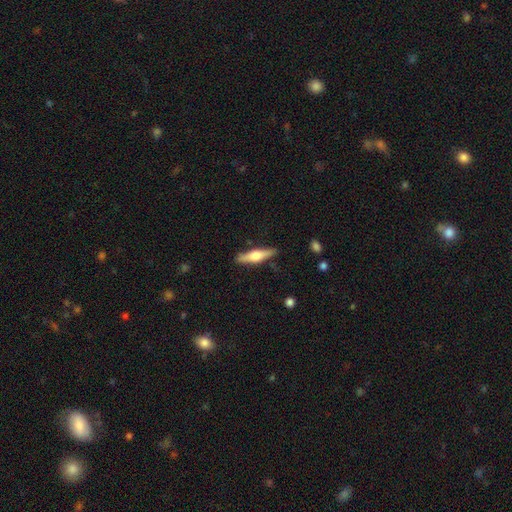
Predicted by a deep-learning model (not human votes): A featured or disk galaxy (58%) viewed edge-on (96%) with a rounded central bulge (91%).

Vote fractions:
- Smooth or featured? featured or disk: 58% / smooth: 36% / star or artifact: 5%
- Edge-on disk? yes: 96% / no: 4%
- Edge-on bulge? rounded: 91% / boxy: 6% / none: 3%
- Merging? none: 86% / minor disturbance: 10% / major disturbance: 2% / merger: 2%